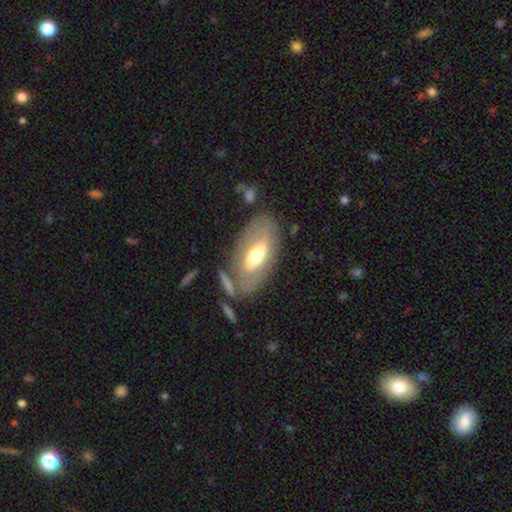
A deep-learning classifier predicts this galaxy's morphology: This is possibly a smooth galaxy (47%, tied with featured or disk). Merging: likely none (66%).